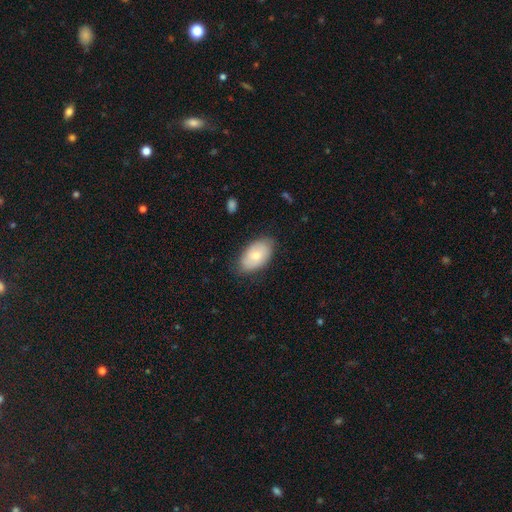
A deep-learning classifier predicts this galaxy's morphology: smooth 68%, featured or disk 25%, star or artifact 7%. Down the decision tree: how rounded — in between (93%); merging — none (78%).